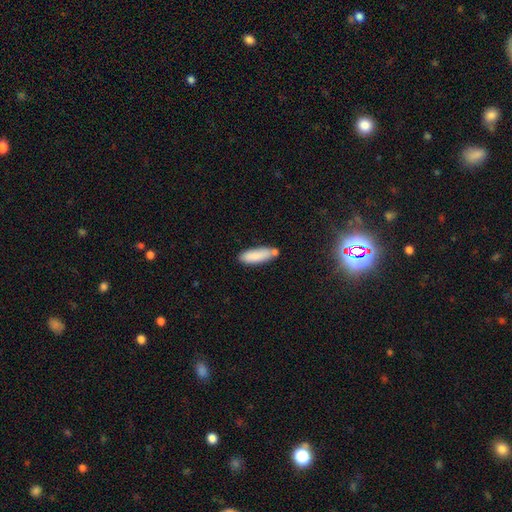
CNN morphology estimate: Smooth or featured? Predicted: smooth (p=0.86). How rounded? Predicted: in between (p=0.55). Merging? Predicted: none (p=0.65).